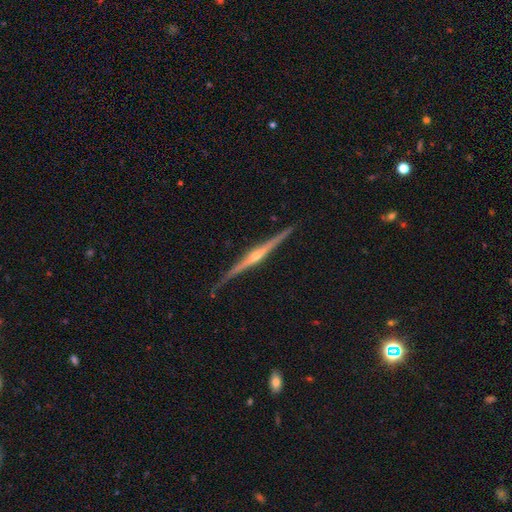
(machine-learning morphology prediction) A featured or disk galaxy (87%) viewed edge-on (98%) with a rounded central bulge (87%).

Vote fractions:
- Smooth or featured? featured or disk: 87% / smooth: 8% / star or artifact: 5%
- Edge-on disk? yes: 98% / no: 2%
- Edge-on bulge? rounded: 87% / none: 8% / boxy: 5%
- Merging? none: 87% / minor disturbance: 10% / major disturbance: 2% / merger: 1%